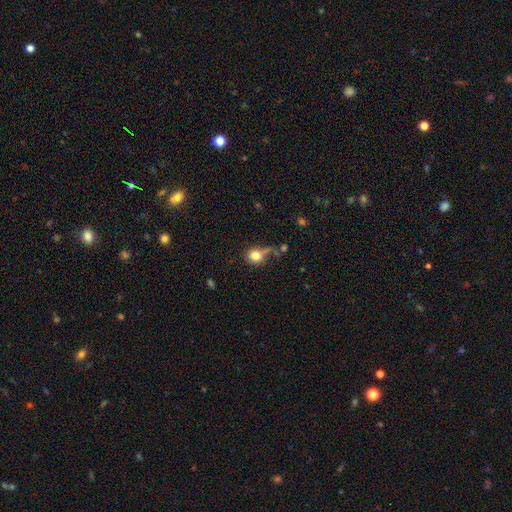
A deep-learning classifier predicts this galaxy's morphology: smooth_or_featured: smooth (p=0.78) [alt: featured or disk p=0.11]
how_rounded: round (p=0.71) [alt: in between p=0.27]
merging: none (p=0.43) [alt: minor disturbance p=0.23]